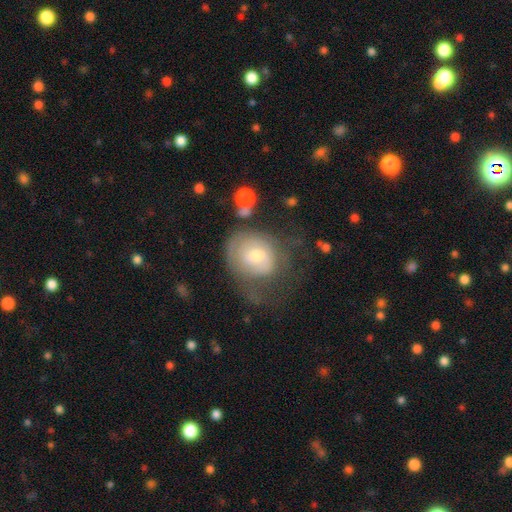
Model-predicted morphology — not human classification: A featured or disk galaxy (55%) with no bar (64%), spiral arms (66%) and a small central bulge (48%).

Vote fractions:
- Smooth or featured? featured or disk: 55% / smooth: 36% / star or artifact: 8%
- Edge-on disk? no: 96% / yes: 4%
- Bar? no: 64% / weak: 30% / strong: 5%
- Spiral arms? yes: 66% / no: 34%
- Bulge size? small: 48% / moderate: 47% / large: 3% / none: 1% / dominant: 1%
- Merging? major disturbance: 36% / none: 34% / minor disturbance: 25% / merger: 5%